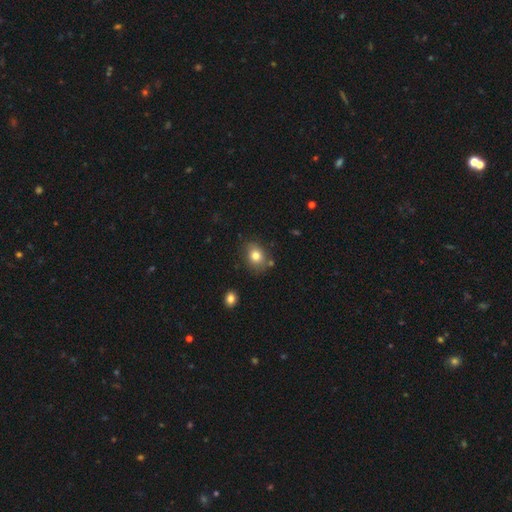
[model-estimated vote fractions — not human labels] Overall: smooth (80%). How rounded: in between (59%; round 40%). Merging: none (76%).